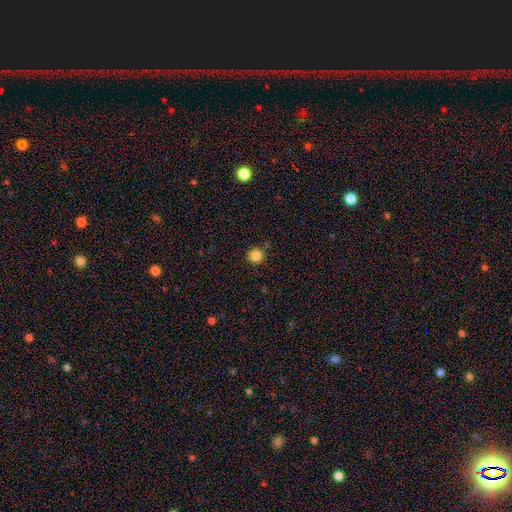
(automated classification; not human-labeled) Smooth or featured: smooth — 84% (star or artifact — 11%)
How rounded: round — 94% (in between — 5%)
Merging: none — 87% (minor disturbance — 8%)